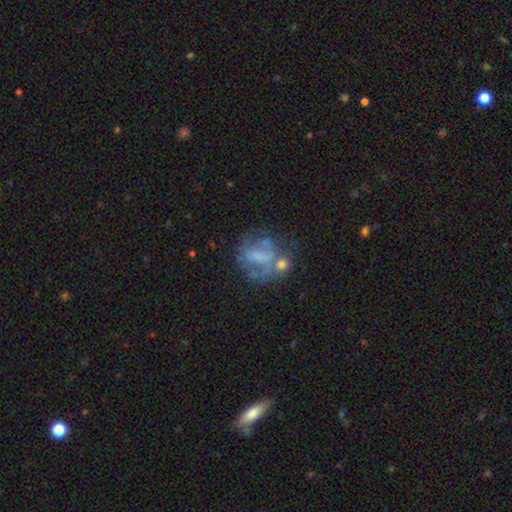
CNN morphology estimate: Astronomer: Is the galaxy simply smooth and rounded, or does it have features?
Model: featured or disk — 55% (runner-up: smooth, 32%).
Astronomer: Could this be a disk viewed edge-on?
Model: no — 97%.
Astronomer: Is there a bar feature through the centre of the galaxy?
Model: no — 54%.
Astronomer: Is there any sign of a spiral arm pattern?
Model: no — 69%.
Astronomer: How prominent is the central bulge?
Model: none — 55%.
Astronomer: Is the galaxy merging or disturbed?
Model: none — 40% (runner-up: major disturbance, 24%).